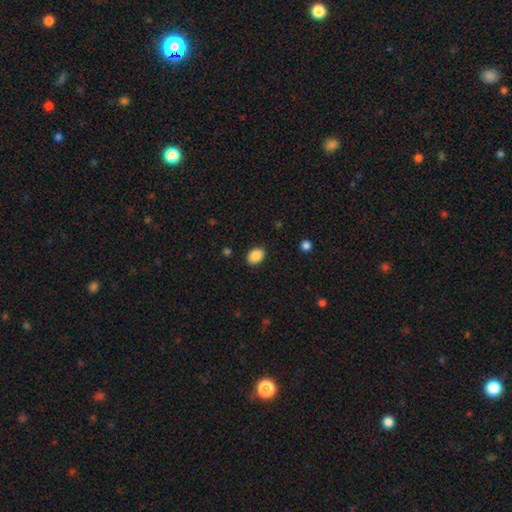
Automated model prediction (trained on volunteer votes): Smooth or featured?
  - smooth: 88% *
  - star or artifact: 8%
  - featured or disk: 4%
How rounded?
  - in between: 69% *
  - round: 30%
  - cigar-shaped: 1%
Merging?
  - none: 88% *
  - minor disturbance: 8%
  - major disturbance: 2%
  - merger: 1%